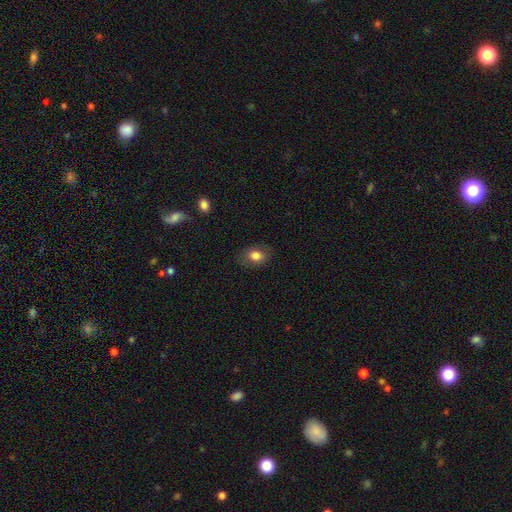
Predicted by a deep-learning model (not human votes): A smooth galaxy with no disk features (78%) that is in between round and cigar-shaped (77%). Merging: none (81%).